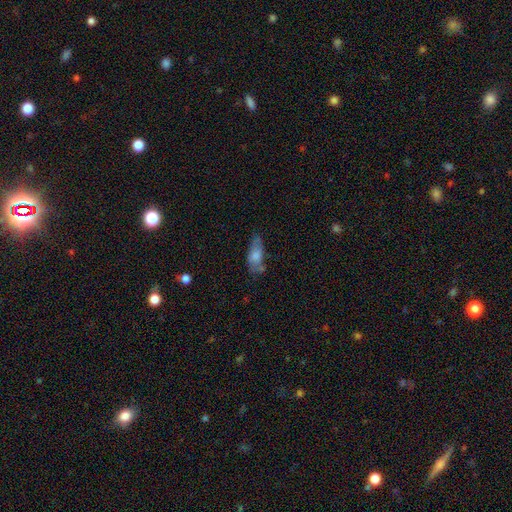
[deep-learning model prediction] This appears to be a smooth galaxy with no disk features (68%) that is in between round and cigar-shaped (77%). Merging: none (44%).